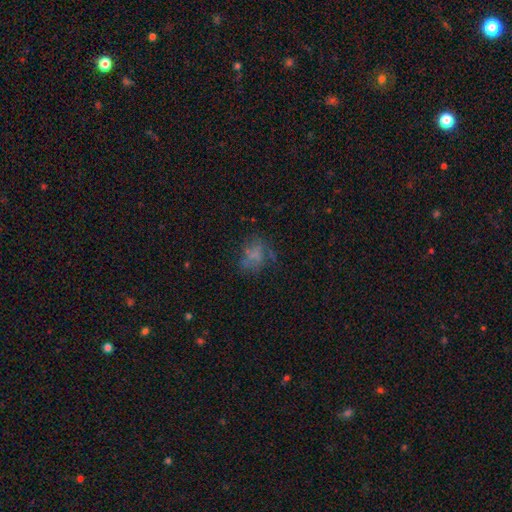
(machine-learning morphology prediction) The model was most divided on "smooth or featured": smooth: 45%, featured or disk: 32%, star or artifact: 23%. More confident: merging — none (51%).